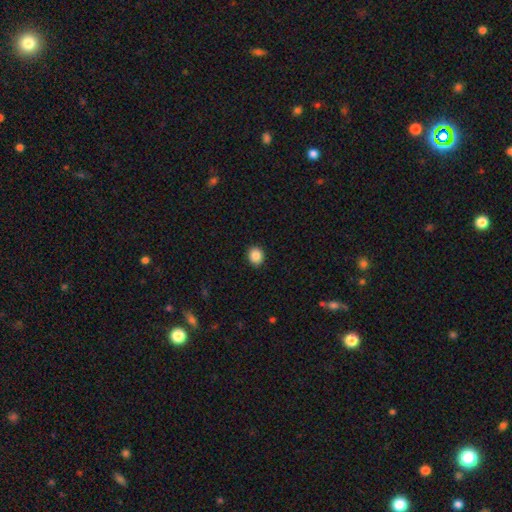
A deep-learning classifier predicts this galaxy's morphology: Q: Smooth or featured?
A: smooth (87%); runner-up: star or artifact (9%)
Q: How rounded?
A: round (75%); runner-up: in between (25%)
Q: Merging?
A: none (92%); runner-up: minor disturbance (6%)